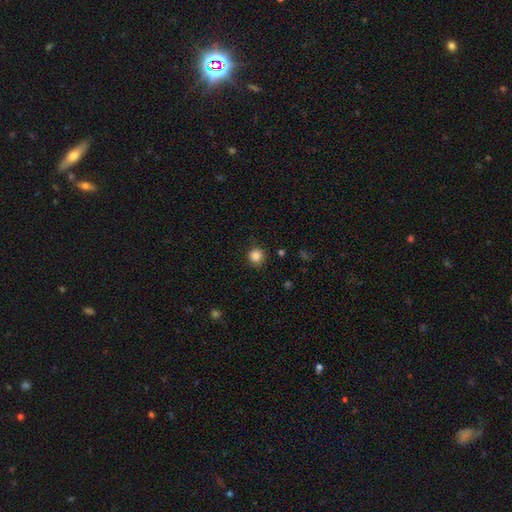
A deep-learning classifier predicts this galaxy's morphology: Overall: smooth (84%). How rounded: round (94%). Merging: none (88%).